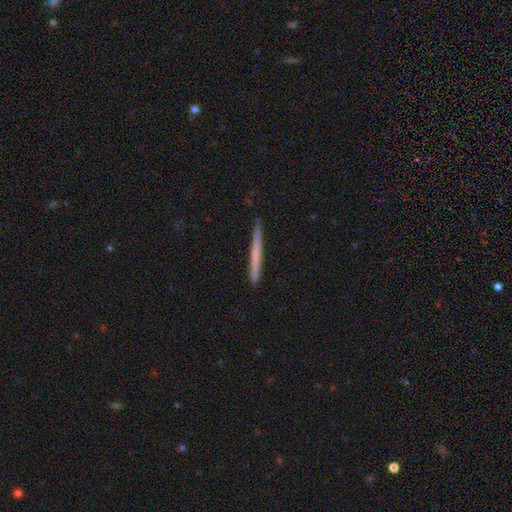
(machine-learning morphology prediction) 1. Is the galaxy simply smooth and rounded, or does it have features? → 54% smooth, 40% featured or disk, 5% star or artifact.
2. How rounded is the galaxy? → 97% cigar-shaped, 2% in between, 1% round.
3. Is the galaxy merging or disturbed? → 91% none, 7% minor disturbance, 1% major disturbance, 1% merger.